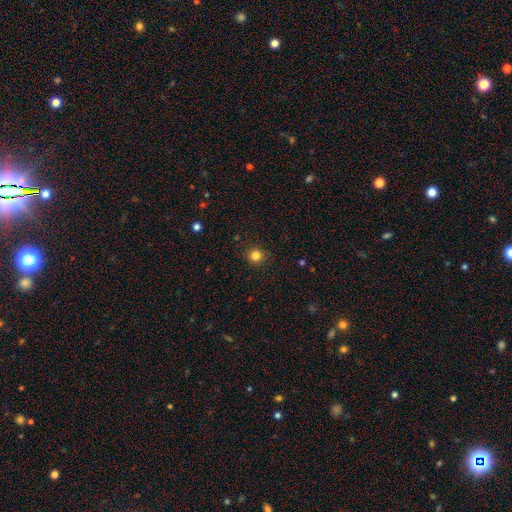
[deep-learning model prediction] Smooth or featured? smooth (83%)
How rounded? round (91%)
Merging? none (90%)